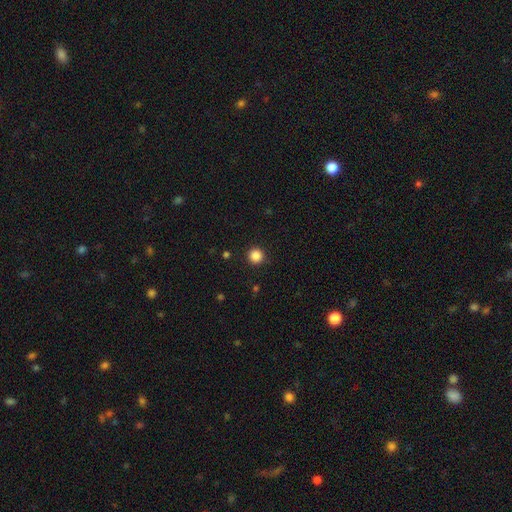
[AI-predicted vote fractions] This is clearly a smooth galaxy (85%). How rounded: clearly round (96%). Merging: clearly none (93%).